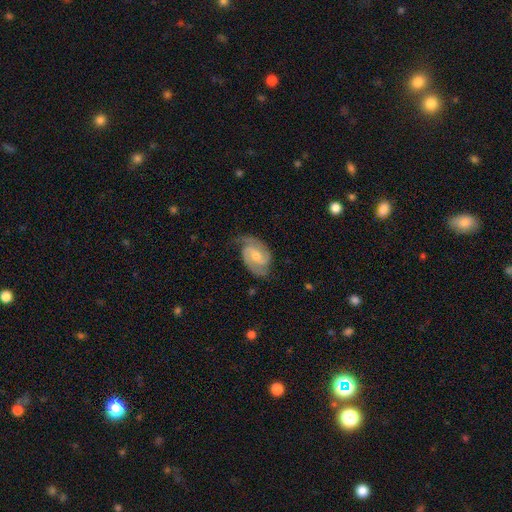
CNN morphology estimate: Smooth or featured?
  - featured or disk: 88% *
  - smooth: 7%
  - star or artifact: 5%
Edge-on disk?
  - no: 97% *
  - yes: 3%
Bar?
  - weak: 49% *
  - no: 35%
  - strong: 16%
Spiral arms?
  - yes: 97% *
  - no: 3%
Spiral winding?
  - medium: 46% *
  - tight: 43%
  - loose: 11%
Spiral arm count?
  - 2: 89% *
  - can't tell: 4%
  - 3: 3%
  - 1: 2%
  - 4: 1%
  - more than 4: 1%
Bulge size?
  - moderate: 54% *
  - small: 39%
  - none: 4%
  - large: 3%
  - dominant: 1%
Merging?
  - none: 73% *
  - minor disturbance: 19%
  - major disturbance: 7%
  - merger: 1%